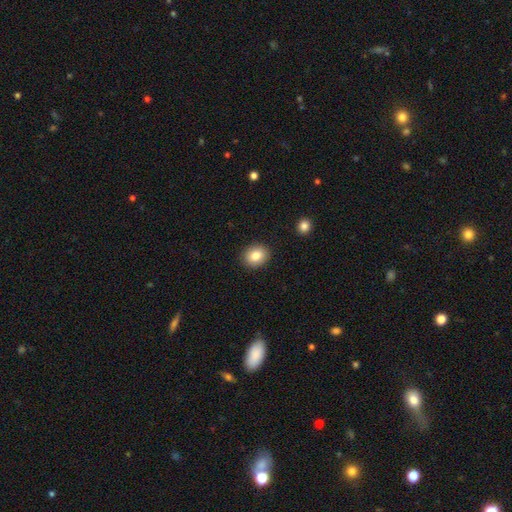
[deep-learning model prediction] smooth 83%, star or artifact 9%, featured or disk 8%. Down the decision tree: how rounded — round (62%); merging — none (91%).